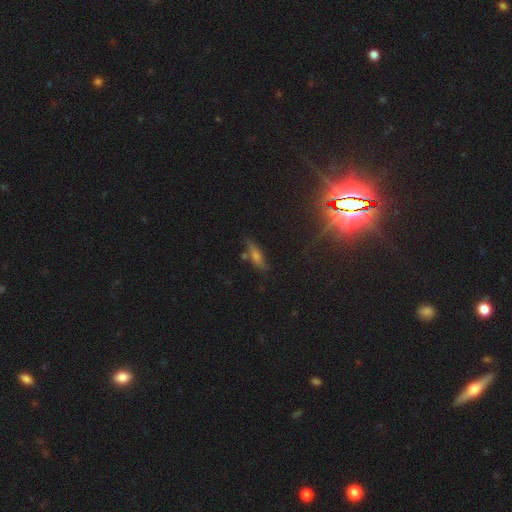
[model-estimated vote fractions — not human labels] smooth-or-featured: smooth: 43% | star or artifact: 29% | featured or disk: 28%
  merging: none: 69% | minor disturbance: 18% | merger: 6% | major disturbance: 6%